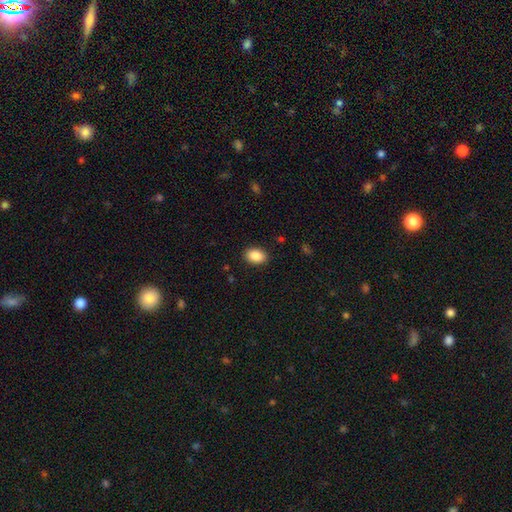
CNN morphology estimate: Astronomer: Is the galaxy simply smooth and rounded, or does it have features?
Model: smooth — 88%.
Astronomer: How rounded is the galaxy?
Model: in between — 86%.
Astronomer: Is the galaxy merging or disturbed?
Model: none — 89%.